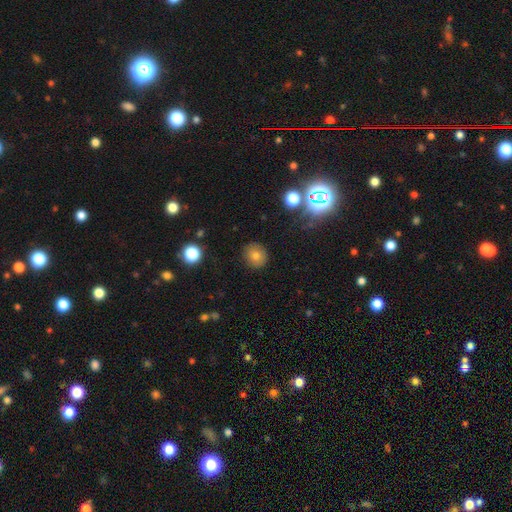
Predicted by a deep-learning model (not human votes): Smooth or featured?
  - smooth: 74% *
  - star or artifact: 13%
  - featured or disk: 12%
How rounded?
  - round: 86% *
  - in between: 13%
  - cigar-shaped: 1%
Merging?
  - none: 87% *
  - minor disturbance: 9%
  - major disturbance: 3%
  - merger: 1%